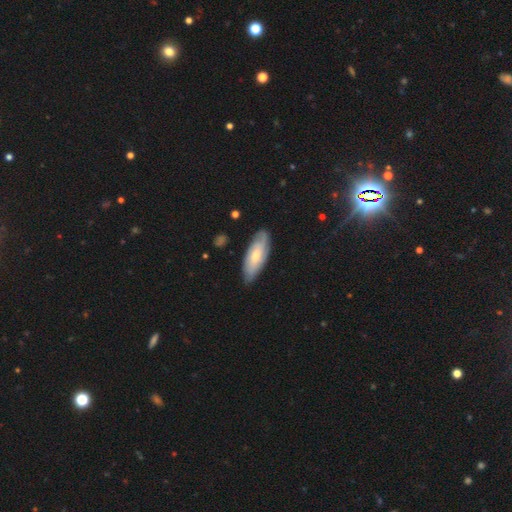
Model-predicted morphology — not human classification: smooth_or_featured: smooth (p=0.48) [alt: featured or disk p=0.47]
merging: none (p=0.78) [alt: minor disturbance p=0.18]